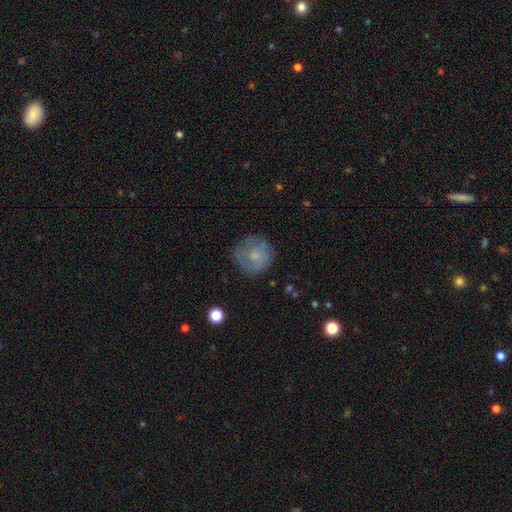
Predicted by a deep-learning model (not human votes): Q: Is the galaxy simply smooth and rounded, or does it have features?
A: smooth — 63%.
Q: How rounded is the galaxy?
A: round — 92%.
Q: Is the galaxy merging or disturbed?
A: none — 74%.